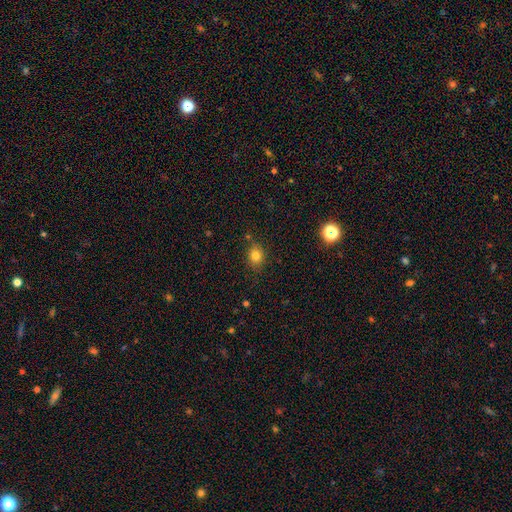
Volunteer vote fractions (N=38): Volunteers were most divided on "how rounded": in between: 54%, round: 46%, cigar-shaped: 0%. More confident: smooth or featured — smooth (92%); merging — none (78%).